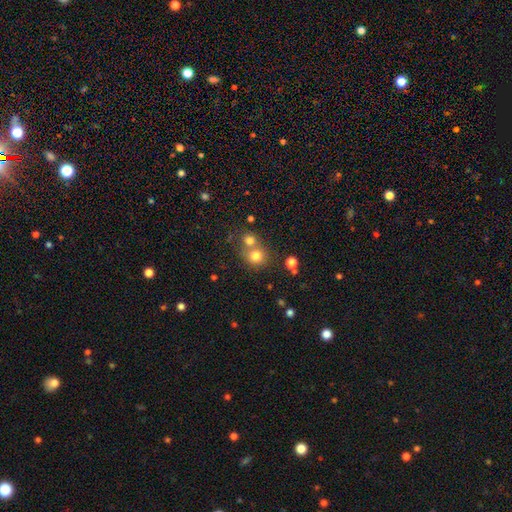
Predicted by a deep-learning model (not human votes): smooth-or-featured: smooth: 76% | star or artifact: 14% | featured or disk: 9%
  how-rounded: round: 84% | in between: 15% | cigar-shaped: 1%
  merging: none: 48% | merger: 42% | minor disturbance: 7% | major disturbance: 3%